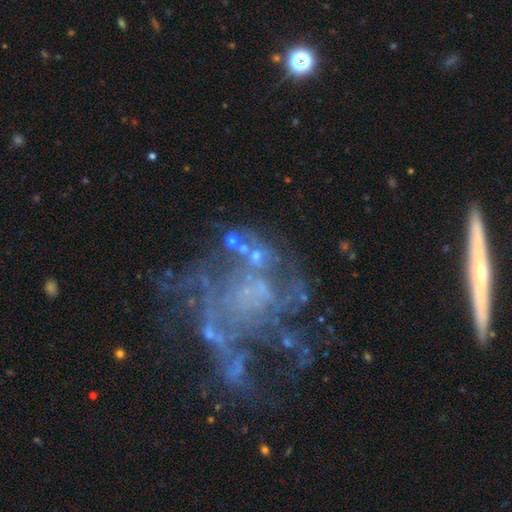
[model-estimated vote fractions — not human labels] Overall: featured or disk (43%; smooth 32%). Merging: none (41%; merger 23%).